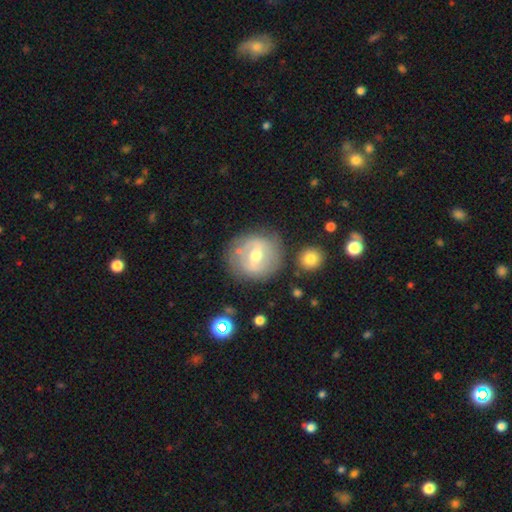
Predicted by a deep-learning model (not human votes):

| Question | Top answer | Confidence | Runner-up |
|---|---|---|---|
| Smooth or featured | featured or disk | 59% | smooth (34%) |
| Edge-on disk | no | 94% | yes (6%) |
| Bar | weak | 47% | strong (35%) |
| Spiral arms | yes | 50% | tied: no (50%) |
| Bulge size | moderate | 73% | small (19%) |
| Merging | none | 74% | minor disturbance (16%) |